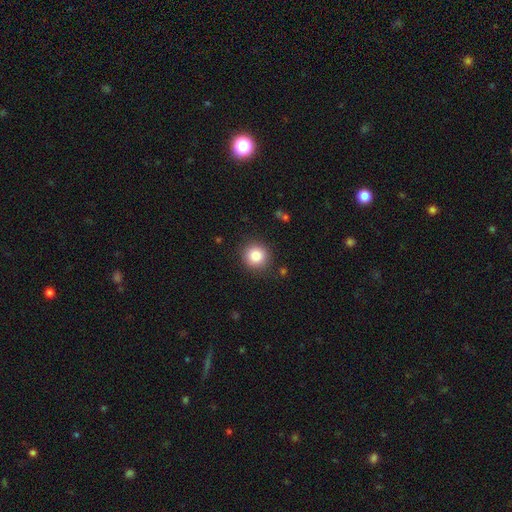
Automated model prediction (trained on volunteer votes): Smooth or featured? Predicted: smooth (p=0.84). How rounded? Predicted: round (p=0.92). Merging? Predicted: none (p=0.89).